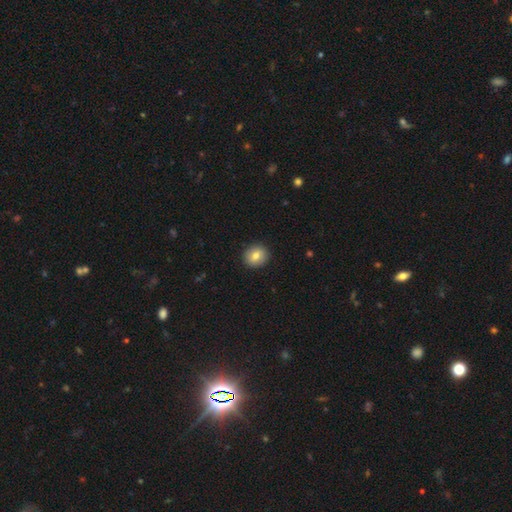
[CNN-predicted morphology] This is likely a smooth galaxy (77%). How rounded: clearly round (82%). Merging: clearly none (91%).